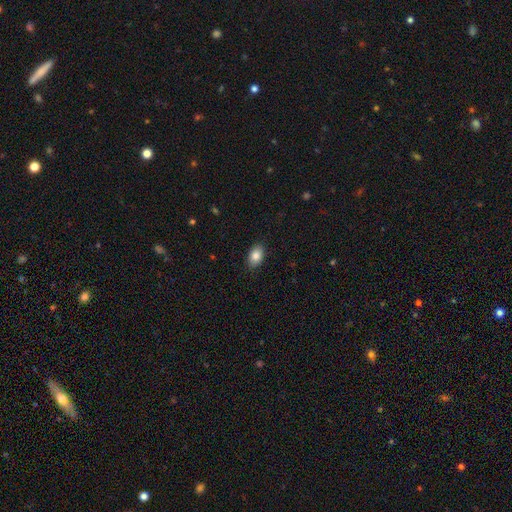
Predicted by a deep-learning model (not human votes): The model was most divided on "how rounded": in between: 88%, round: 11%, cigar-shaped: 1%. More confident: merging — none (88%); smooth or featured — smooth (86%).